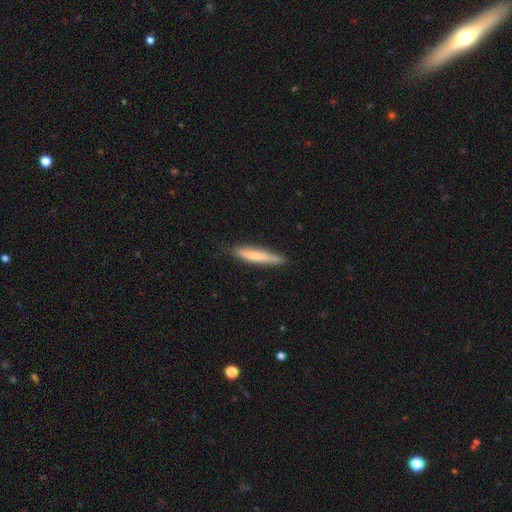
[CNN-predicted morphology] Smooth or featured? Predicted: smooth (p=0.63). How rounded? Predicted: cigar-shaped (p=0.88). Merging? Predicted: none (p=0.75).